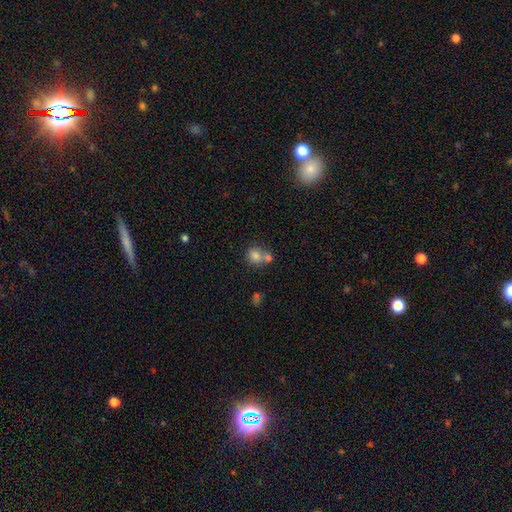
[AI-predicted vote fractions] smooth-or-featured: smooth: 77% | featured or disk: 12% | star or artifact: 11%
  how-rounded: round: 67% | in between: 32% | cigar-shaped: 1%
  merging: merger: 47% | none: 39% | minor disturbance: 10% | major disturbance: 4%